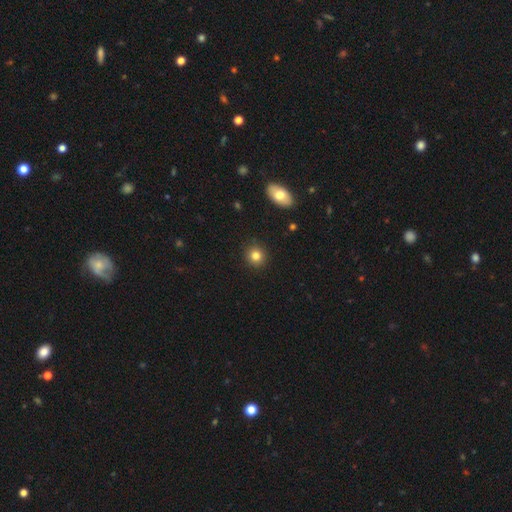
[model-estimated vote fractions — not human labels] Overall: smooth (82%). How rounded: round (88%). Merging: none (90%).